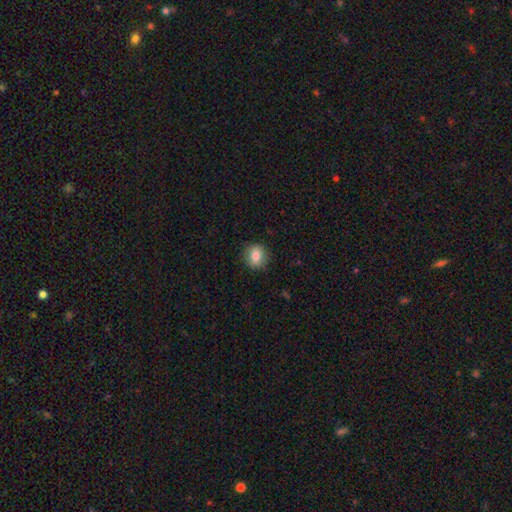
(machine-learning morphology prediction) type=smooth (82%); roundness=round (76%); merging=none (87%).